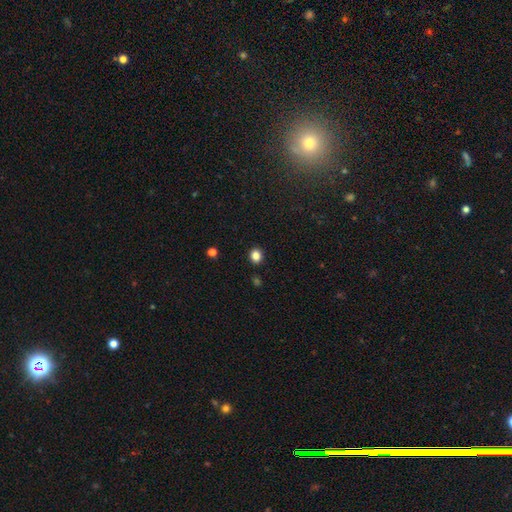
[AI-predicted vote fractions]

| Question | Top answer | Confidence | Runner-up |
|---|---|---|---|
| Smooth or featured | smooth | 84% | star or artifact (12%) |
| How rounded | round | 71% | in between (28%) |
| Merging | none | 90% | minor disturbance (6%) |